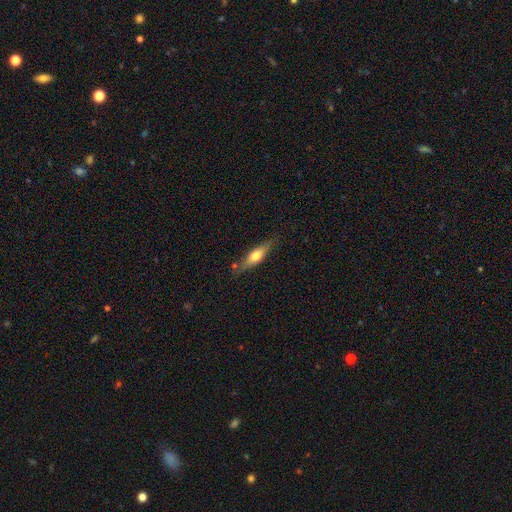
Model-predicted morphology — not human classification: Smooth or featured: smooth — 51% (featured or disk — 43%)
How rounded: cigar-shaped — 63% (in between — 34%)
Merging: none — 77% (minor disturbance — 16%)